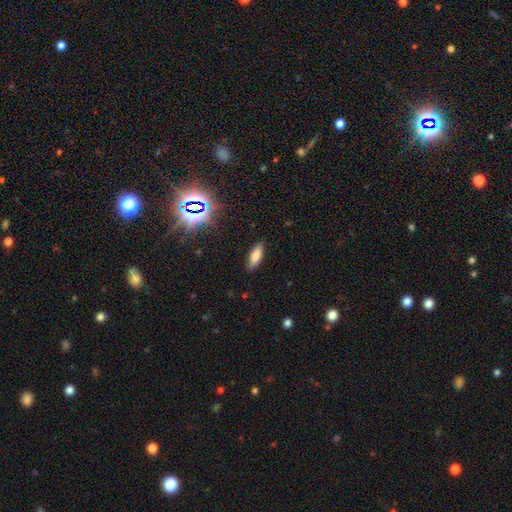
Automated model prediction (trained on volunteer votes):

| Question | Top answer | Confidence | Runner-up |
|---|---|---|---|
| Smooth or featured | smooth | 80% | star or artifact (11%) |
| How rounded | in between | 65% | cigar-shaped (33%) |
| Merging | none | 88% | minor disturbance (9%) |